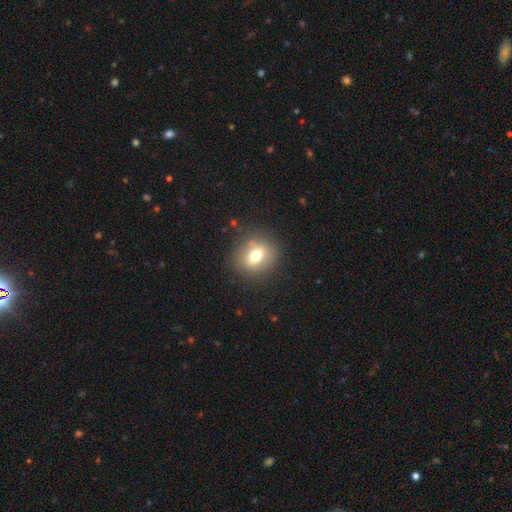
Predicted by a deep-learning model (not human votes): Overall: smooth (68%). How rounded: round (54%; in between 44%). Merging: none (83%).